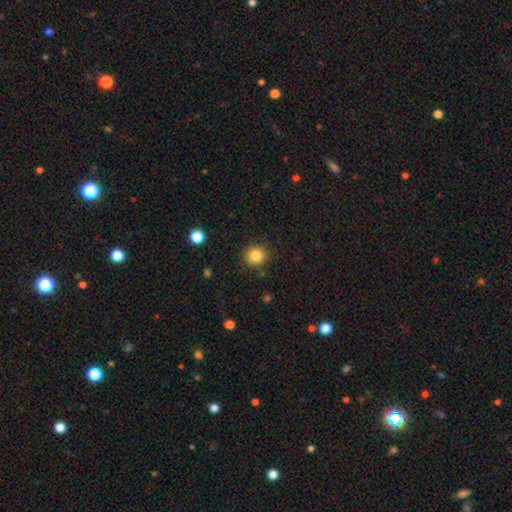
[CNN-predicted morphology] This is clearly a smooth galaxy (83%). How rounded: clearly round (91%). Merging: clearly none (90%).